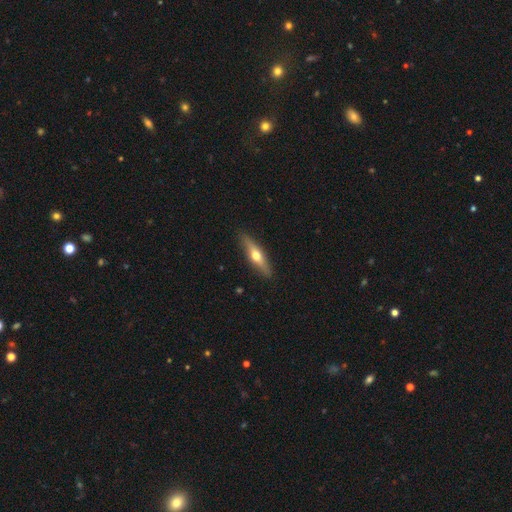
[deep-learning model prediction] A featured or disk galaxy (57%) viewed edge-on (92%) with a rounded central bulge (94%). Merging: none (90%).